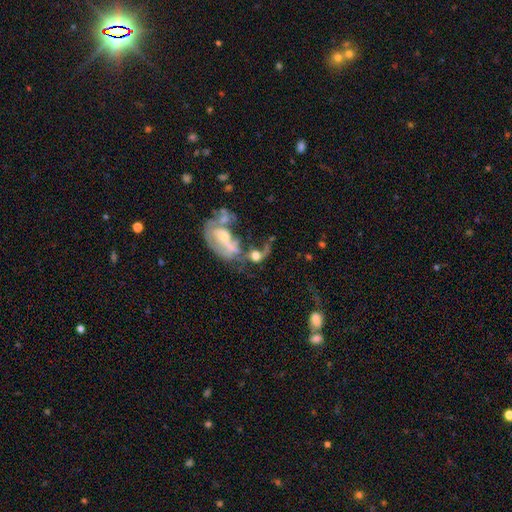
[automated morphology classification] The model was most divided on "spiral arms": yes: 52%, no: 48%. Remaining: edge-on disk — no (93%); bar — no (72%); merging — merger (55%); smooth or featured — featured or disk (55%); bulge size — moderate (42%).